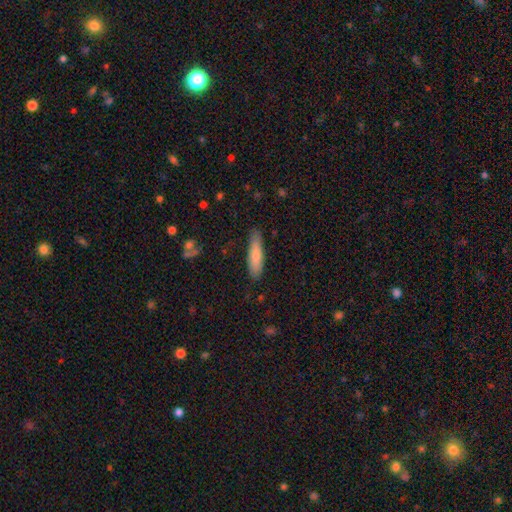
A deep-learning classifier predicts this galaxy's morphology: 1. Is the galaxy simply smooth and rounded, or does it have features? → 77% smooth, 17% featured or disk, 6% star or artifact.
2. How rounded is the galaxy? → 72% cigar-shaped, 27% in between, 2% round.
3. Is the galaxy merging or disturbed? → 81% none, 15% minor disturbance, 3% major disturbance, 1% merger.